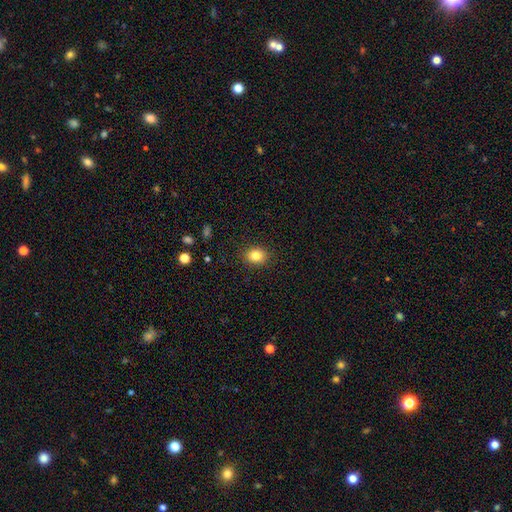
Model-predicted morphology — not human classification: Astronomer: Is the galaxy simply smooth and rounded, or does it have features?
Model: smooth — 82%.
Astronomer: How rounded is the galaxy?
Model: round — 58% (runner-up: in between, 42%).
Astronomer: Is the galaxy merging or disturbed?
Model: none — 90%.